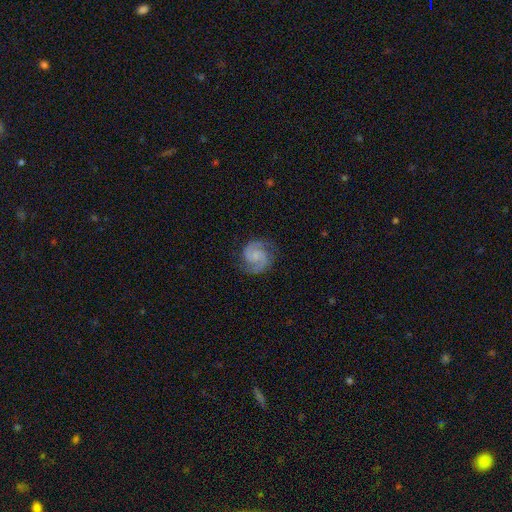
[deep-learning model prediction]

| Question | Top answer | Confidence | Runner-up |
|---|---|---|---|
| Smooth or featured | featured or disk | 87% | smooth (8%) |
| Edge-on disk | no | 98% | yes (2%) |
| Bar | no | 58% | weak (35%) |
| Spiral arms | yes | 98% | no (2%) |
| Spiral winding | medium | 52% | tight (37%) |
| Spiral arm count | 2 | 93% | can't tell (2%) |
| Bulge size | small | 43% | none (37%) |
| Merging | none | 81% | minor disturbance (13%) |